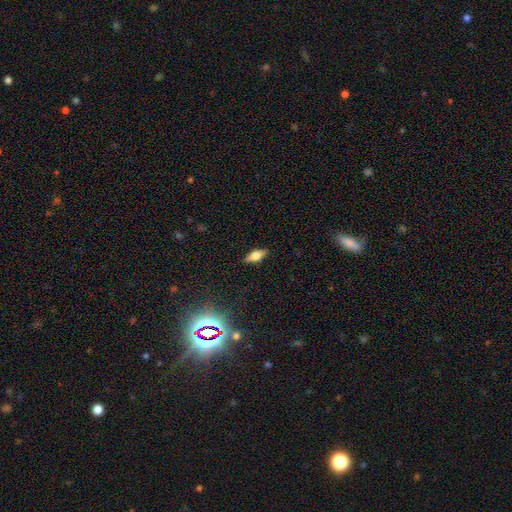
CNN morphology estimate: smooth_or_featured: smooth (p=0.55) [alt: featured or disk p=0.36]
how_rounded: in between (p=0.75) [alt: cigar-shaped p=0.21]
merging: none (p=0.88) [alt: minor disturbance p=0.09]